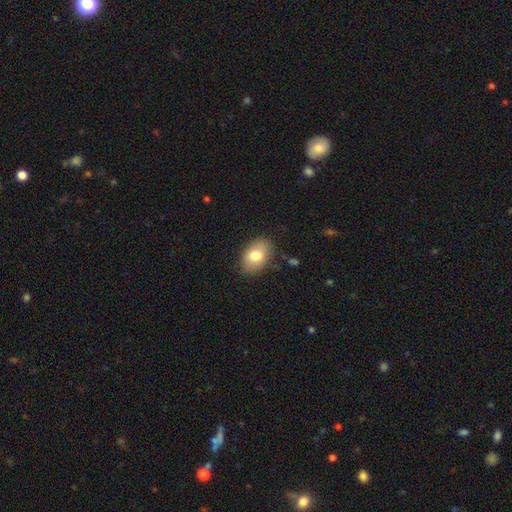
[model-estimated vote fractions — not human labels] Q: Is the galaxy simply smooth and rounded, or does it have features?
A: smooth — 77%.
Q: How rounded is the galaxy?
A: in between — 85%.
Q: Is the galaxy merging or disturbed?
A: none — 83%.